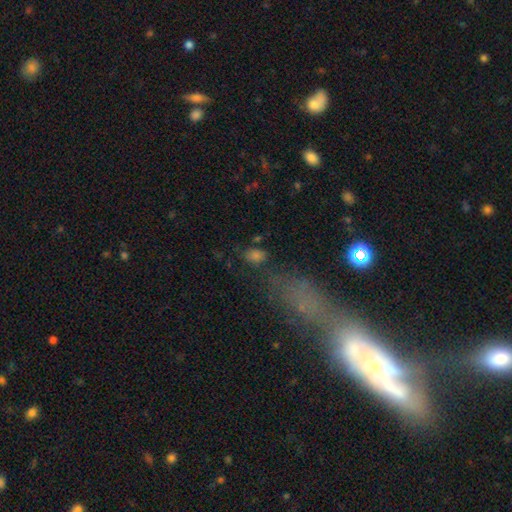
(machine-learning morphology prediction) smooth-or-featured: smooth: 61% | star or artifact: 25% | featured or disk: 14%
  how-rounded: in between: 77% | round: 17% | cigar-shaped: 6%
  merging: none: 61% | minor disturbance: 17% | major disturbance: 13% | merger: 9%